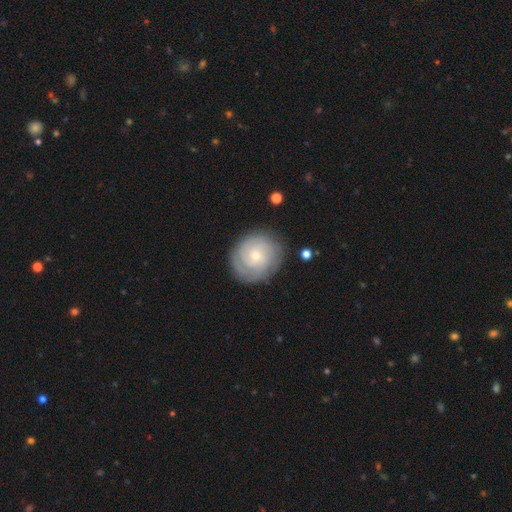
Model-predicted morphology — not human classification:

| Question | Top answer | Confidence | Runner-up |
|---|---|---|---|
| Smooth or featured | featured or disk | 73% | smooth (21%) |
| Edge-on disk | no | 98% | yes (2%) |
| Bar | no | 78% | weak (19%) |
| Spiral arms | yes | 92% | no (8%) |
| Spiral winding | tight | 76% | medium (19%) |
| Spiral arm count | can't tell | 35% | 3 (21%) |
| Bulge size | small | 74% | moderate (22%) |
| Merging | none | 83% | minor disturbance (12%) |